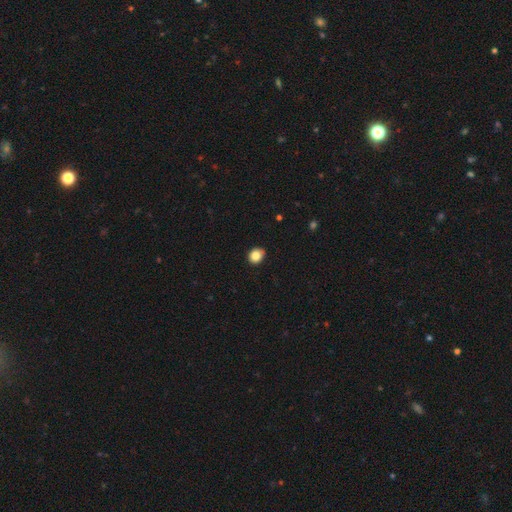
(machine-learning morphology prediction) Q: Smooth or featured?
A: smooth (85%); runner-up: star or artifact (10%)
Q: How rounded?
A: round (69%); runner-up: in between (30%)
Q: Merging?
A: none (86%); runner-up: minor disturbance (11%)